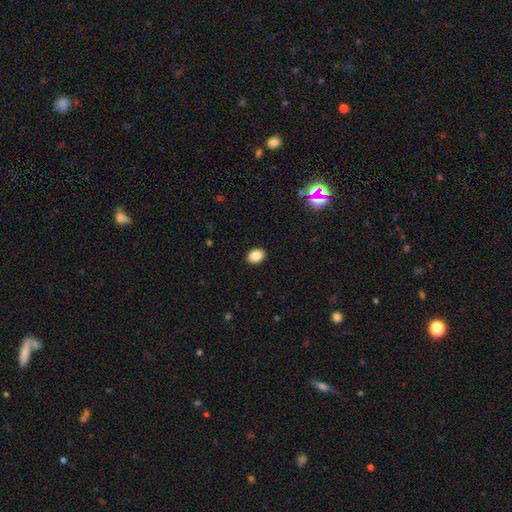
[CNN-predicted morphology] This is clearly a smooth galaxy (86%). How rounded: likely in between (73%). Merging: clearly none (91%).